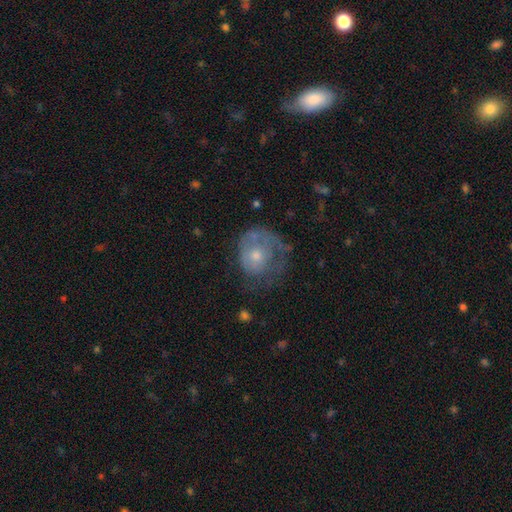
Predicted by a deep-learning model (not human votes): This is possibly a featured or disk galaxy (46%, tied with smooth). Merging: marginally major disturbance (36%).